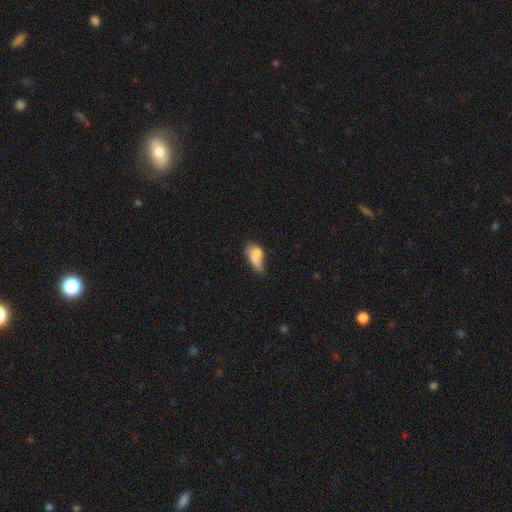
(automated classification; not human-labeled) Smooth or featured: smooth — 70% (featured or disk — 21%)
How rounded: in between — 81% (cigar-shaped — 14%)
Merging: none — 30% (minor disturbance — 29%)